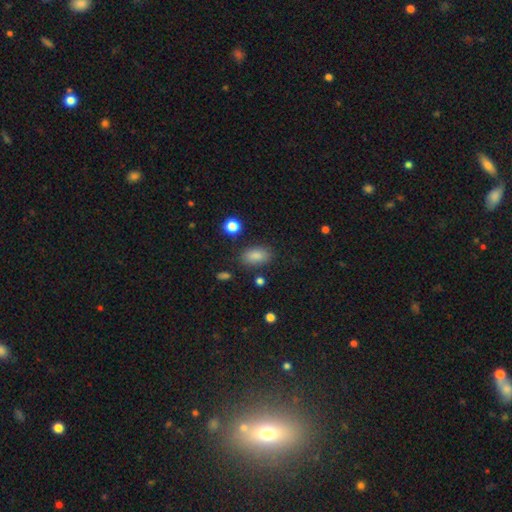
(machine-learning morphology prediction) A smooth galaxy with no disk features (84%) that is in between round and cigar-shaped (89%). Merging: none (80%).